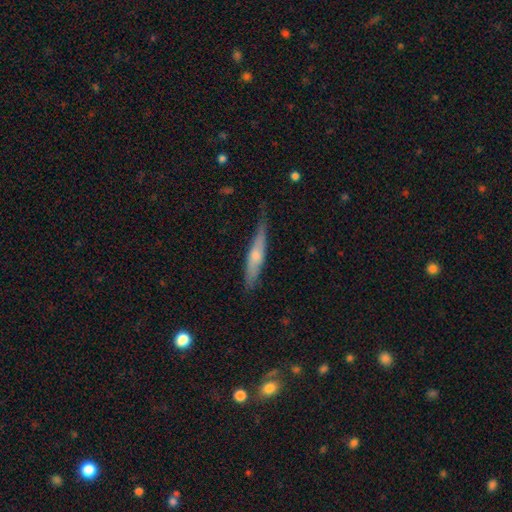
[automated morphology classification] This appears to be a smooth galaxy with no disk features (48%). Merging: none (68%).